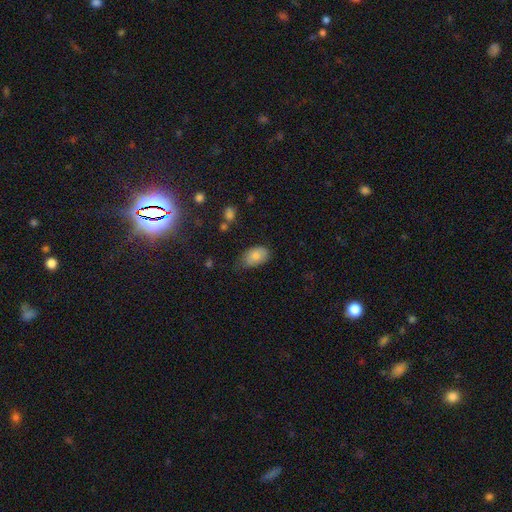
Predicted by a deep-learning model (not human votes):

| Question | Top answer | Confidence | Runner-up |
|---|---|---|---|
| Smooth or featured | smooth | 82% | featured or disk (10%) |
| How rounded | in between | 90% | round (8%) |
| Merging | none | 56% | minor disturbance (35%) |